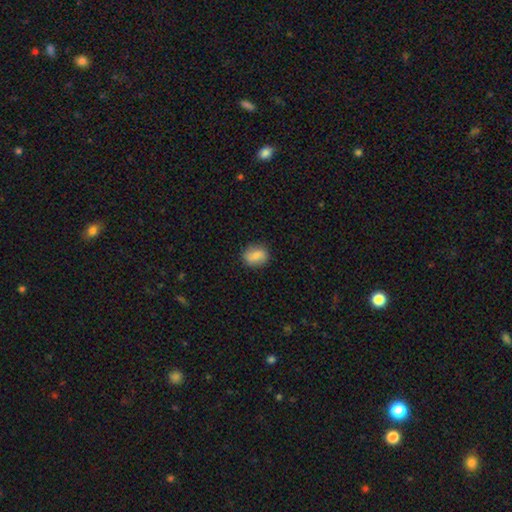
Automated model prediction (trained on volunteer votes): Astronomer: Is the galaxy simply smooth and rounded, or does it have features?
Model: smooth — 80%.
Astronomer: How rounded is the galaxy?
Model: in between — 52% (runner-up: round, 46%).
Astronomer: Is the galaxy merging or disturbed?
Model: none — 83%.